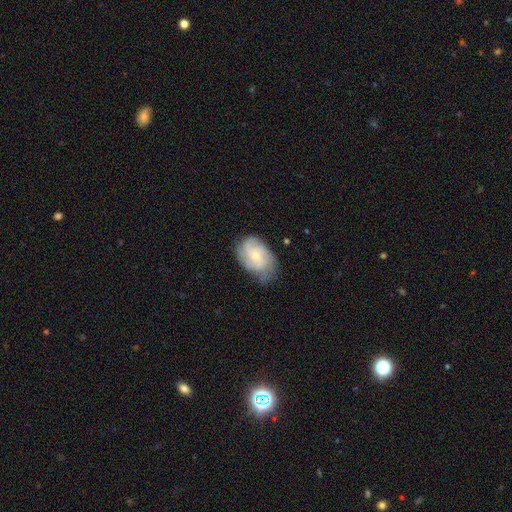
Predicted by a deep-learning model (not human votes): This appears to be a featured or disk galaxy (62%) with no bar (75%), tight (47%) spiral arms (88%) and a small central bulge (64%). Merging: none (60%).